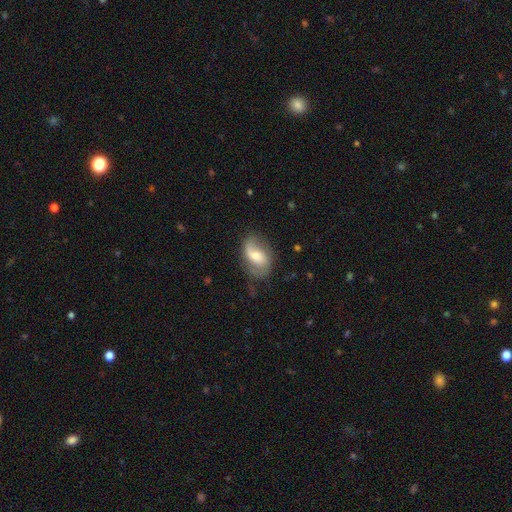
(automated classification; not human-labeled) The model was most divided on "bar": no: 45%, weak: 44%, strong: 11%. More confident: edge-on disk — no (97%); spiral arms — yes (89%); spiral arm count — 2 (72%); smooth or featured — featured or disk (63%); merging — none (59%); bulge size — moderate (51%); spiral winding — loose (51%).